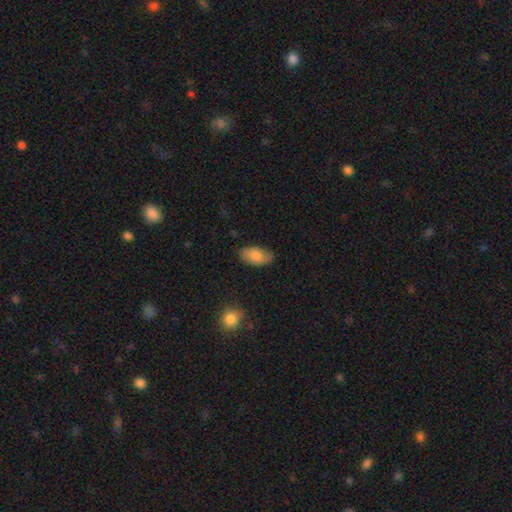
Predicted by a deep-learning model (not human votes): smooth_or_featured: smooth (p=0.82) [alt: featured or disk p=0.12]
how_rounded: in between (p=0.94) [alt: round p=0.03]
merging: none (p=0.79) [alt: minor disturbance p=0.16]